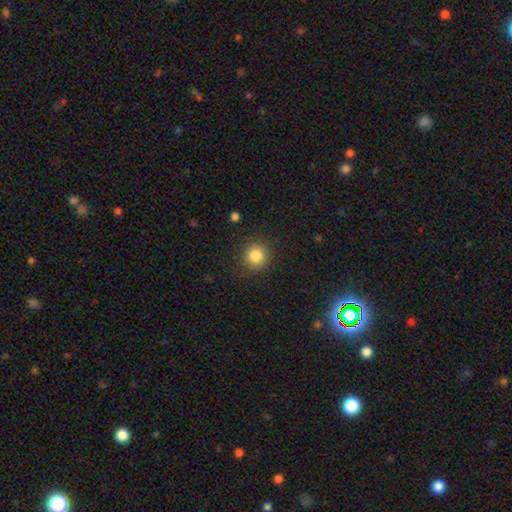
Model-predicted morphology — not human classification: Smooth or featured?
  - smooth: 83% *
  - star or artifact: 11%
  - featured or disk: 6%
How rounded?
  - round: 91% *
  - in between: 8%
  - cigar-shaped: 1%
Merging?
  - none: 88% *
  - minor disturbance: 8%
  - major disturbance: 3%
  - merger: 1%